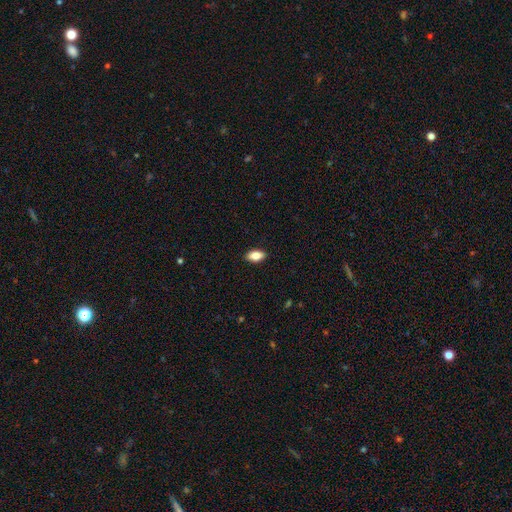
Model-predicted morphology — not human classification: This appears to be a smooth galaxy with no disk features (81%) that is in between round and cigar-shaped (90%). Merging: none (90%).